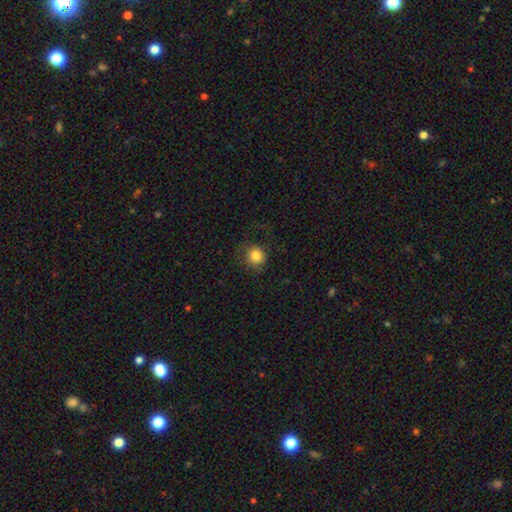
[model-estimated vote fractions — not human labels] smooth 82%, star or artifact 10%, featured or disk 8%. Down the decision tree: how rounded — round (92%); merging — none (71%).